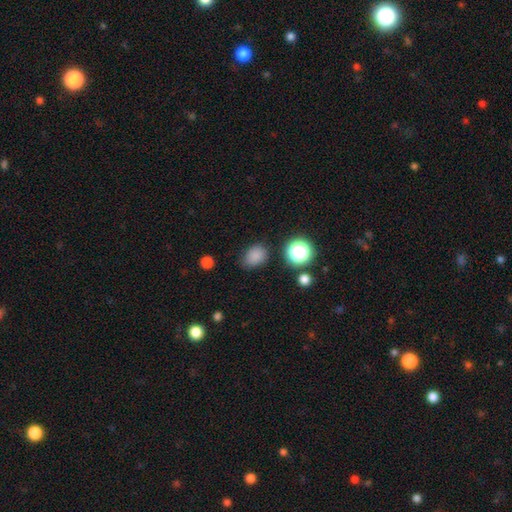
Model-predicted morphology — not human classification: A smooth galaxy with no disk features (81%) that is in between round and cigar-shaped (64%).

Vote fractions:
- Smooth or featured? smooth: 81% / star or artifact: 14% / featured or disk: 5%
- How rounded? in between: 64% / round: 35% / cigar-shaped: 1%
- Merging? none: 75% / minor disturbance: 18% / major disturbance: 4% / merger: 3%